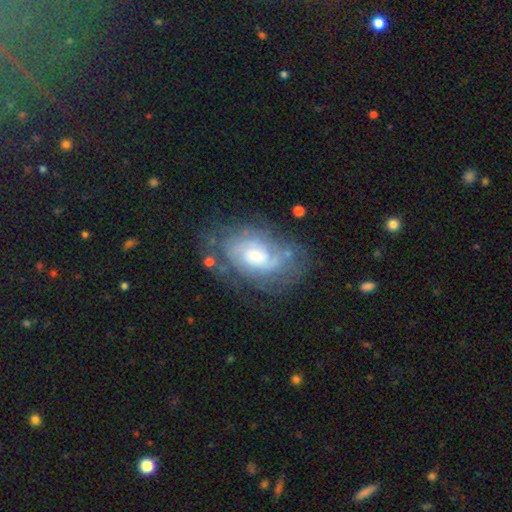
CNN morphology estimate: Smooth or featured? Predicted: featured or disk (p=0.79). Edge-on disk? Predicted: no (p=0.96). Bar? Predicted: no (p=0.65). Spiral arms? Predicted: yes (p=0.90). Spiral winding? Predicted: tight (p=0.60). Spiral arm count? Predicted: can't tell (p=0.45). Bulge size? Predicted: moderate (p=0.46). Merging? Predicted: none (p=0.64).